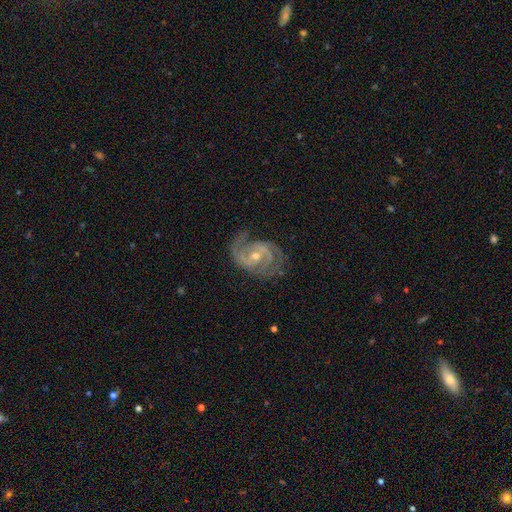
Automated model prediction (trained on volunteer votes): A featured or disk galaxy (89%) with a weak bar (42%), 2 (65%) medium (48%) spiral arms (97%) and a small central bulge (51%).

Vote fractions:
- Smooth or featured? featured or disk: 89% / star or artifact: 6% / smooth: 5%
- Edge-on disk? no: 97% / yes: 3%
- Bar? weak: 42% / no: 41% / strong: 17%
- Spiral arms? yes: 97% / no: 3%
- Spiral winding? medium: 48% / tight: 39% / loose: 13%
- Spiral arm count? 2: 65% / 3: 14% / can't tell: 10% / 1: 4% / 4: 4% / more than 4: 3%
- Bulge size? small: 51% / moderate: 46% / large: 1% / none: 1% / dominant: 1%
- Merging? none: 68% / minor disturbance: 20% / major disturbance: 11% / merger: 1%